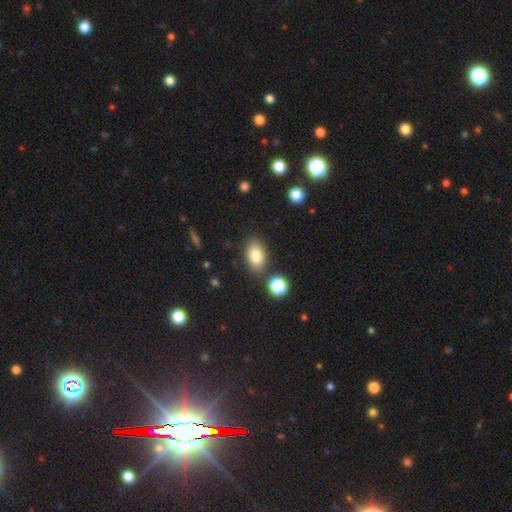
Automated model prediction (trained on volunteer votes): This appears to be a smooth galaxy with no disk features (82%) that is in between round and cigar-shaped (89%). Merging: none (80%).